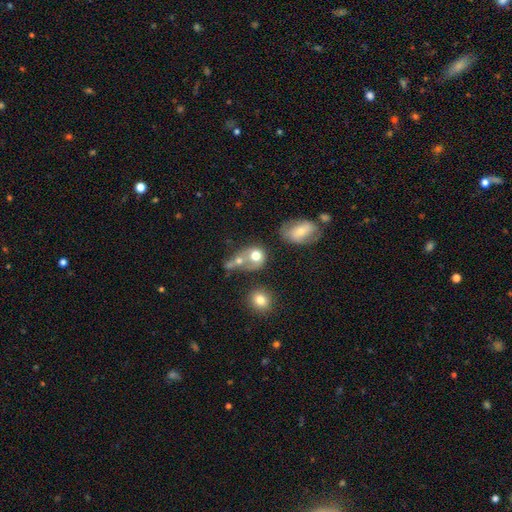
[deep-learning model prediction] A smooth galaxy with no disk features (69%) that is round (70%). Merging: merger (46%).